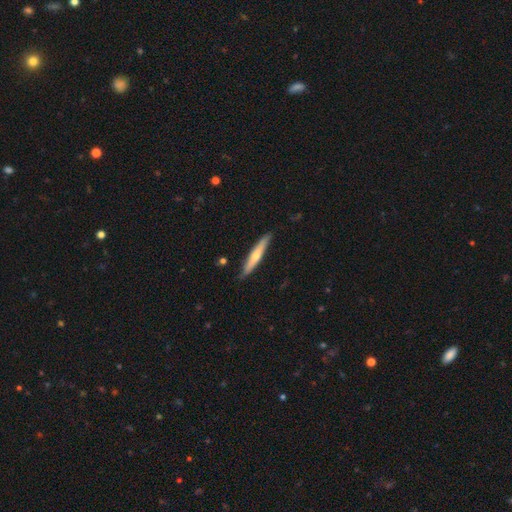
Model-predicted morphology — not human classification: This appears to be a smooth galaxy with no disk features (51%) that is cigar-shaped (93%). Merging: none (86%).